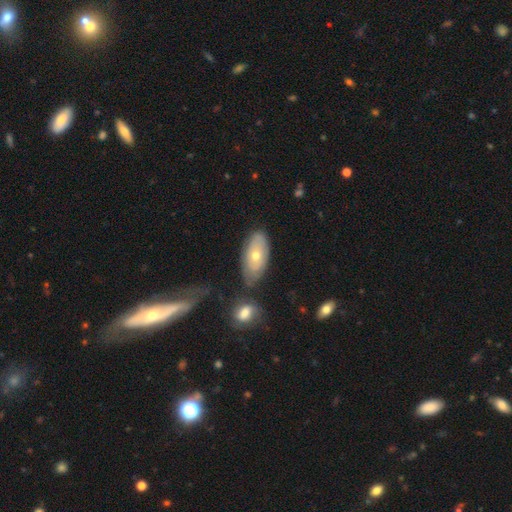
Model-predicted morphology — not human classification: smooth-or-featured: smooth: 48% | featured or disk: 45% | star or artifact: 7%
  merging: none: 62% | minor disturbance: 22% | merger: 8% | major disturbance: 7%